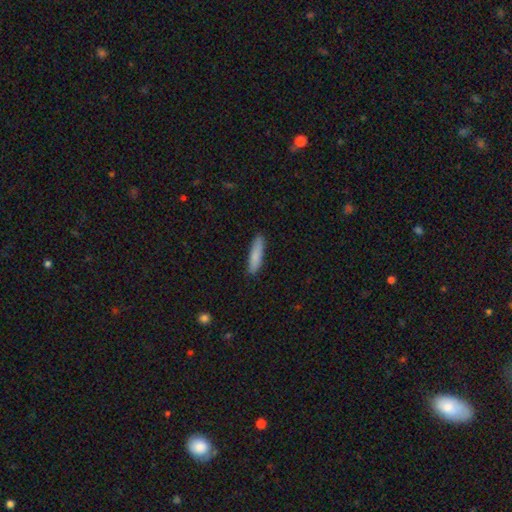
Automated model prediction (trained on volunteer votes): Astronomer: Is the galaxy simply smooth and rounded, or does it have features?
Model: smooth — 83%.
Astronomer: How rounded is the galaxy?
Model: cigar-shaped — 81%.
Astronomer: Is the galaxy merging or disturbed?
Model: none — 87%.